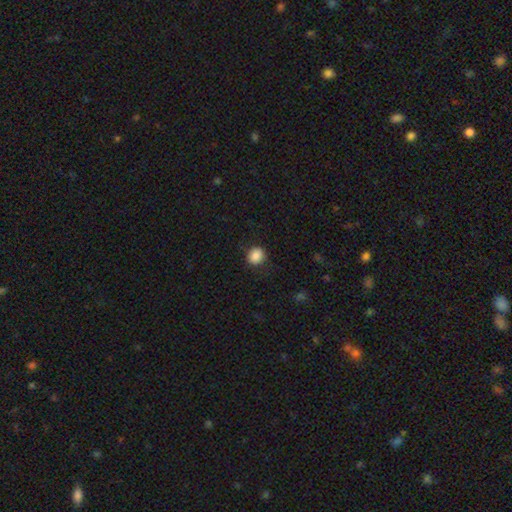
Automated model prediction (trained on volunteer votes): smooth_or_featured: smooth (p=0.87) [alt: star or artifact p=0.09]
how_rounded: round (p=0.80) [alt: in between p=0.19]
merging: none (p=0.84) [alt: minor disturbance p=0.12]